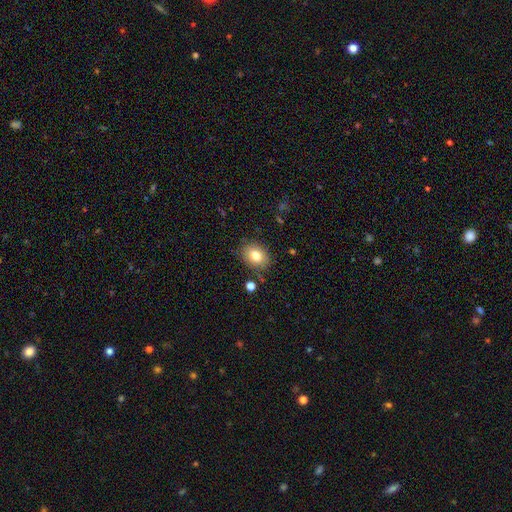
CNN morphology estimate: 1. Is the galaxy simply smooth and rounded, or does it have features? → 80% smooth, 10% featured or disk, 9% star or artifact.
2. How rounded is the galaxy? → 59% in between, 40% round, 1% cigar-shaped.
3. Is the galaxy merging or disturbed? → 83% none, 11% minor disturbance, 3% major disturbance, 2% merger.